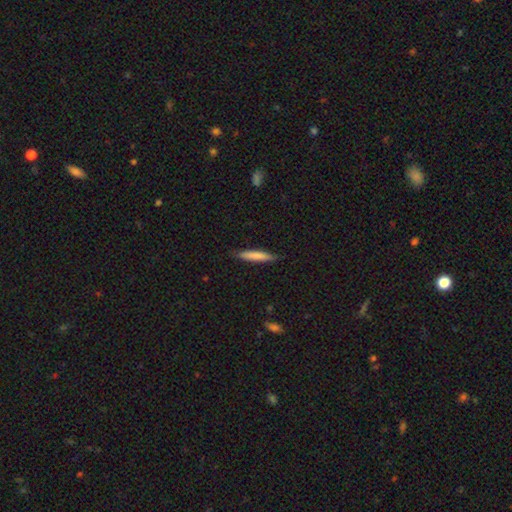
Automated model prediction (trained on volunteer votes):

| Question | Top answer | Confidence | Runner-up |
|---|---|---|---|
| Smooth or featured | smooth | 79% | featured or disk (16%) |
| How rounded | cigar-shaped | 91% | in between (8%) |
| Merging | none | 87% | minor disturbance (11%) |